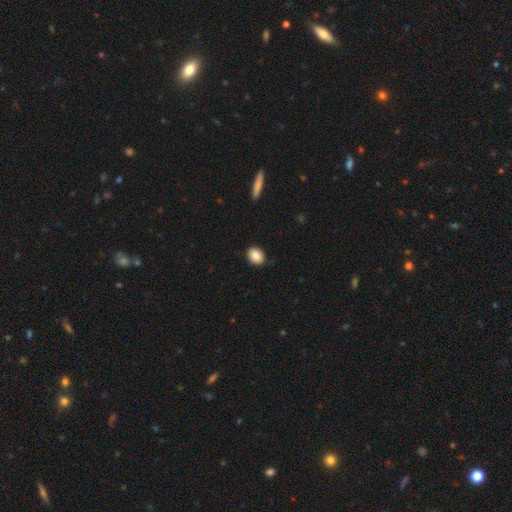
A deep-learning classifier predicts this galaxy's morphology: Smooth or featured: smooth — 87% (star or artifact — 8%)
How rounded: in between — 53% (round — 45%)
Merging: none — 88% (minor disturbance — 9%)